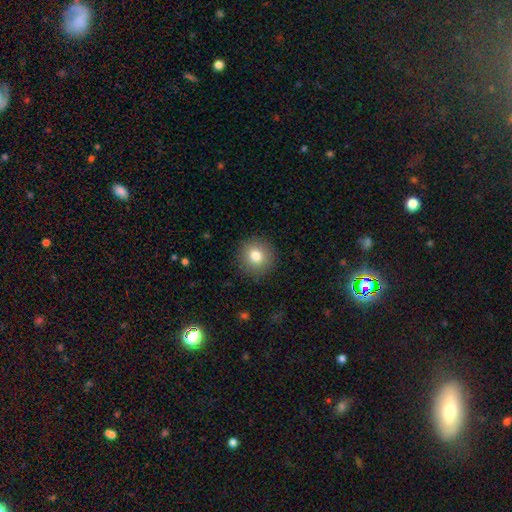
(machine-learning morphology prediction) Smooth or featured? Predicted: smooth (p=0.80). How rounded? Predicted: round (p=0.91). Merging? Predicted: none (p=0.90).